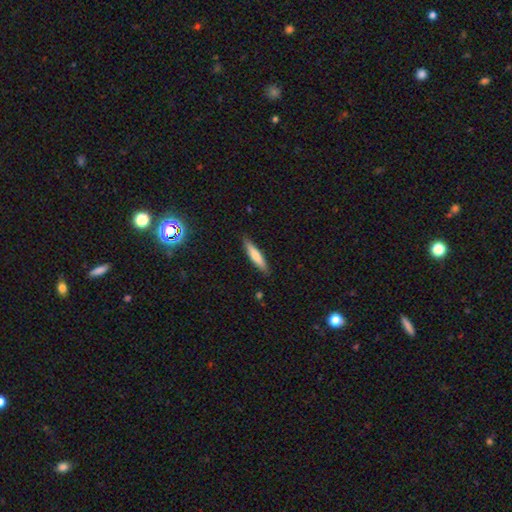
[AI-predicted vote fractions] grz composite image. It shows a smooth galaxy with no disk features (71%) that is cigar-shaped (86%). Merging: none (88%).